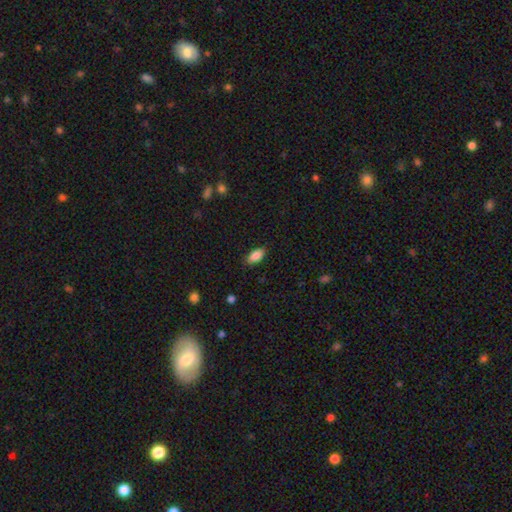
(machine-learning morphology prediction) Smooth or featured: smooth — 86% (star or artifact — 7%)
How rounded: in between — 89% (cigar-shaped — 9%)
Merging: none — 85% (minor disturbance — 11%)